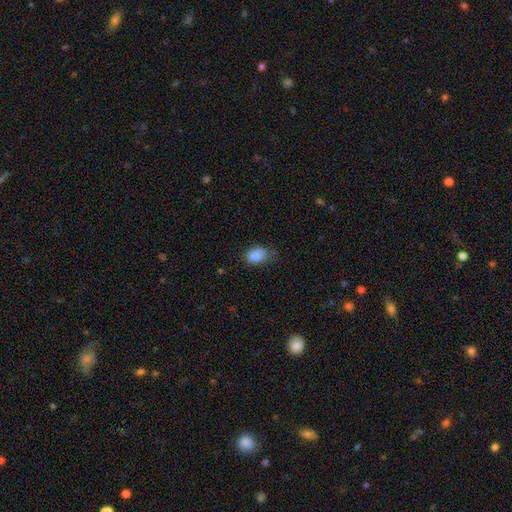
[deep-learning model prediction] A smooth galaxy with no disk features (84%) that is in between round and cigar-shaped (82%).

Vote fractions:
- Smooth or featured? smooth: 84% / star or artifact: 9% / featured or disk: 7%
- How rounded? in between: 82% / round: 16% / cigar-shaped: 1%
- Merging? none: 50% / minor disturbance: 36% / major disturbance: 12% / merger: 2%